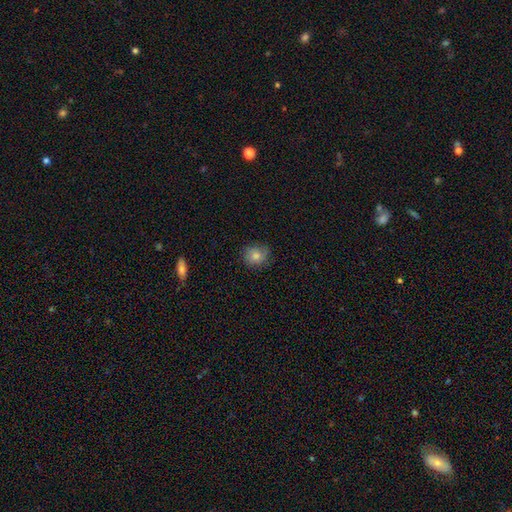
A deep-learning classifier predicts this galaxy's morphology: A smooth galaxy with no disk features (70%) that is round (80%).

Vote fractions:
- Smooth or featured? smooth: 70% / featured or disk: 17% / star or artifact: 13%
- How rounded? round: 80% / in between: 19% / cigar-shaped: 1%
- Merging? none: 77% / minor disturbance: 18% / major disturbance: 4% / merger: 1%